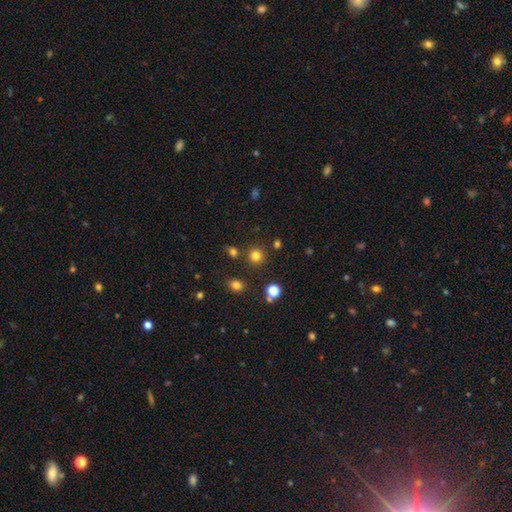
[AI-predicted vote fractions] A smooth galaxy with no disk features (78%) that is round (93%).

Vote fractions:
- Smooth or featured? smooth: 78% / star or artifact: 17% / featured or disk: 5%
- How rounded? round: 93% / in between: 6% / cigar-shaped: 1%
- Merging? none: 86% / minor disturbance: 6% / merger: 5% / major disturbance: 3%